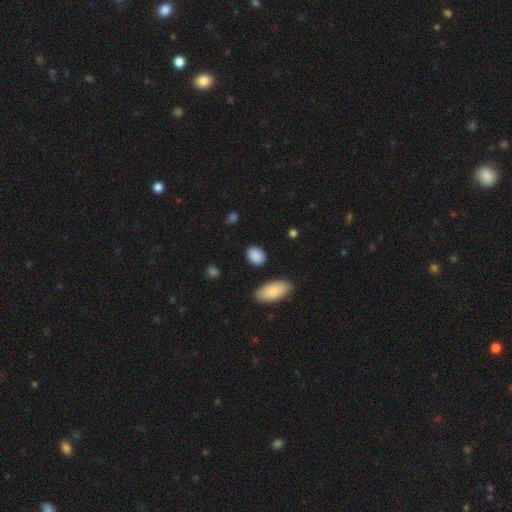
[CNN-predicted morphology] A smooth galaxy with no disk features (89%) that is in between round and cigar-shaped (69%).

Vote fractions:
- Smooth or featured? smooth: 89% / star or artifact: 7% / featured or disk: 4%
- How rounded? in between: 69% / round: 30% / cigar-shaped: 2%
- Merging? none: 85% / minor disturbance: 9% / major disturbance: 3% / merger: 3%